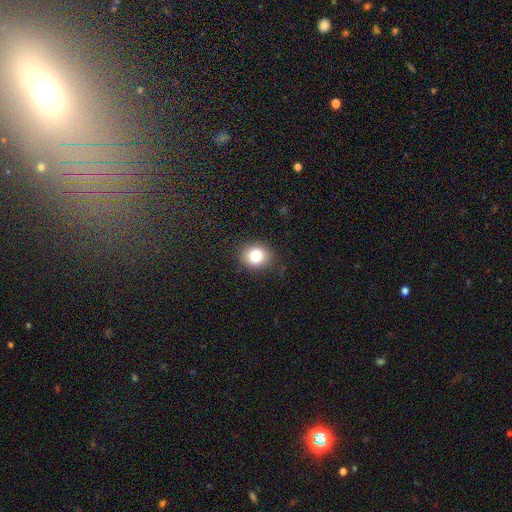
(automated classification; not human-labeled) The model was most divided on "how rounded": round: 70%, in between: 29%, cigar-shaped: 1%. More confident: merging — none (87%); smooth or featured — smooth (81%).